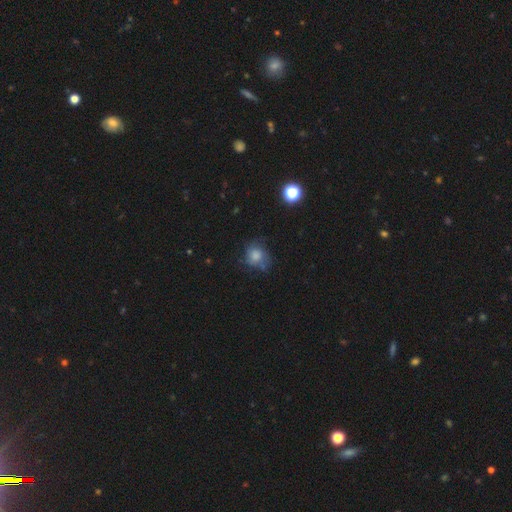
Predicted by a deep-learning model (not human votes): Smooth or featured? smooth (69%)
How rounded? round (71%)
Merging? none (51%)